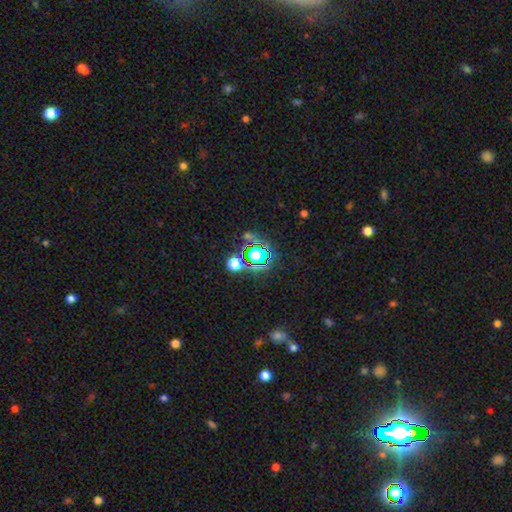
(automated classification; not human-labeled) smooth-or-featured: star or artifact: 66% | smooth: 24% | featured or disk: 10%